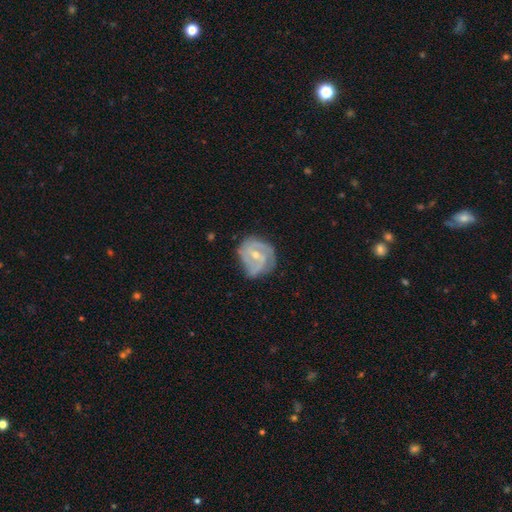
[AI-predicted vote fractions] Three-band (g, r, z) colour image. It shows a featured or disk galaxy (79%) with a weak bar (48%), 2 (50%) tight (47%) spiral arms (91%) and a small central bulge (48%, tied with moderate). Merging: none (56%).